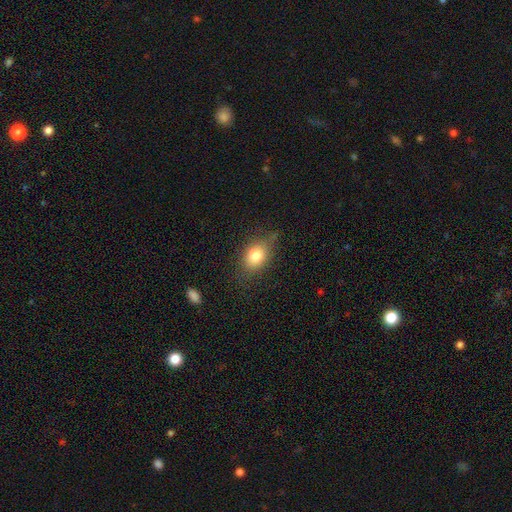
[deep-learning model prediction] Smooth or featured?
  - smooth: 78% *
  - featured or disk: 12%
  - star or artifact: 10%
How rounded?
  - in between: 69% *
  - round: 29%
  - cigar-shaped: 2%
Merging?
  - none: 69% *
  - minor disturbance: 23%
  - major disturbance: 6%
  - merger: 2%